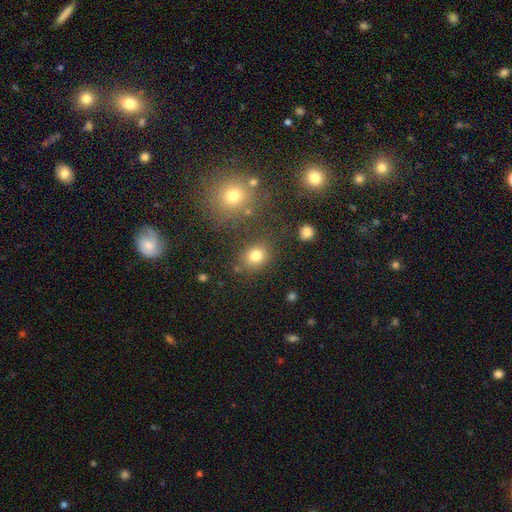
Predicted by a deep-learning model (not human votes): The model was most divided on "how rounded": round: 55%, in between: 44%, cigar-shaped: 1%. More confident: smooth or featured — smooth (79%); merging — none (77%).